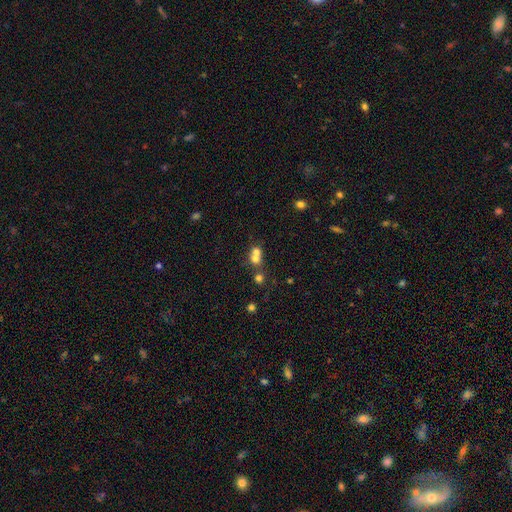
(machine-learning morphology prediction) The model was most divided on "merging": merger: 63%, none: 29%, minor disturbance: 5%, major disturbance: 3%. More confident: how rounded — round (78%); smooth or featured — smooth (67%).